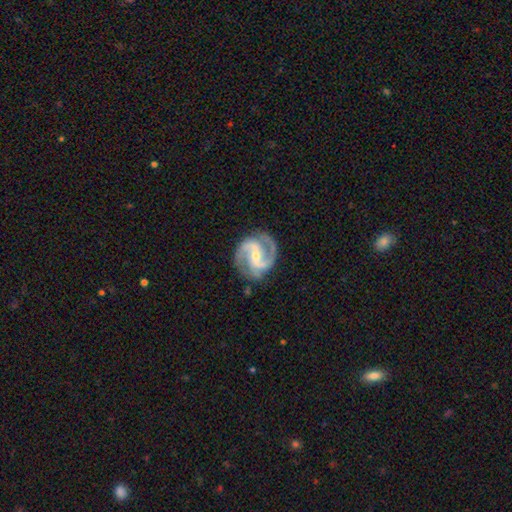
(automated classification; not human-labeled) featured or disk 92%, star or artifact 4%, smooth 4%. Down the decision tree: edge-on disk — no (98%); bar — weak (40%); spiral arms — yes (98%); spiral arm count — 2 (86%); spiral winding — medium (61%); bulge size — small (60%); merging — none (79%).